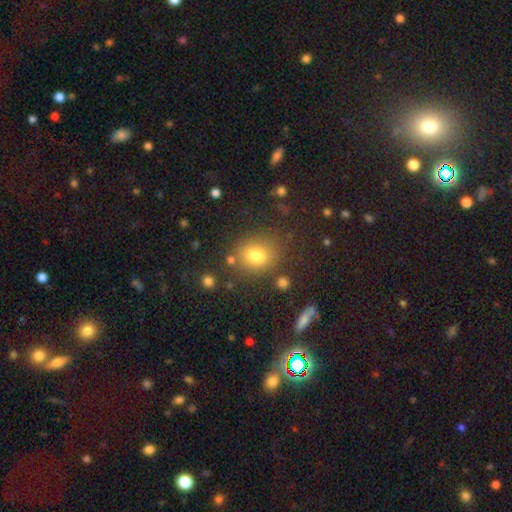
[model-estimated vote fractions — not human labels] Q: Smooth or featured?
A: smooth (77%); runner-up: star or artifact (14%)
Q: How rounded?
A: in between (49%); tied with: round (49%)
Q: Merging?
A: none (73%); runner-up: minor disturbance (14%)